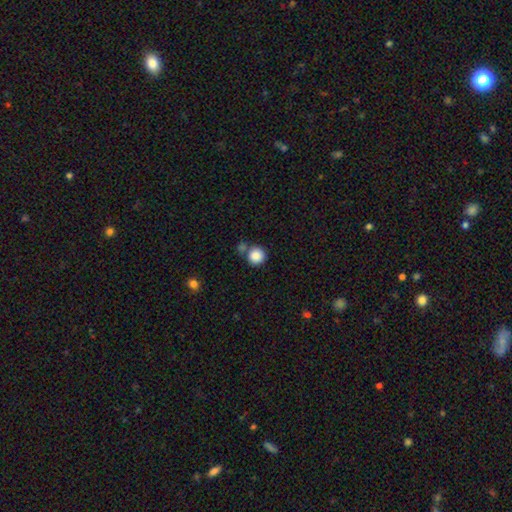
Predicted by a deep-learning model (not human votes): Smooth or featured? smooth (87%)
How rounded? round (94%)
Merging? none (69%)